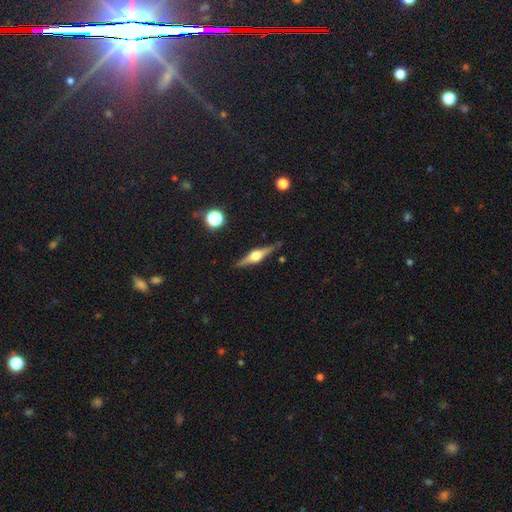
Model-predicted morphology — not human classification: The model was most divided on "smooth or featured": featured or disk: 81%, smooth: 13%, star or artifact: 6%. More confident: edge-on disk — yes (98%); edge-on bulge — rounded (92%); merging — none (89%).